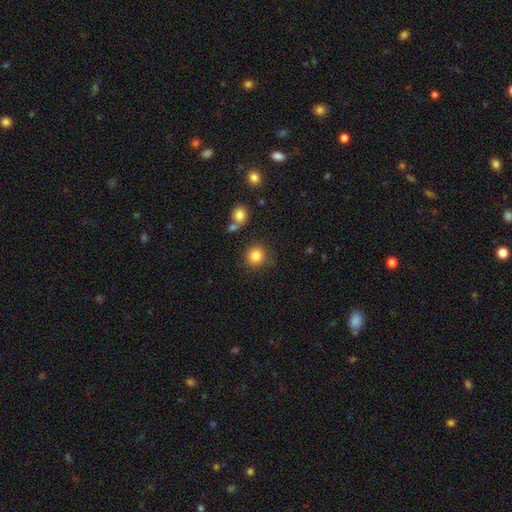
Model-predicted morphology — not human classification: Q: Smooth or featured?
A: smooth (83%); runner-up: star or artifact (10%)
Q: How rounded?
A: round (88%); runner-up: in between (11%)
Q: Merging?
A: none (80%); runner-up: minor disturbance (11%)